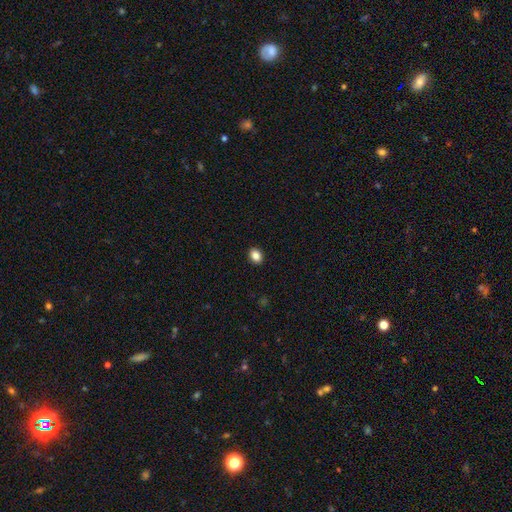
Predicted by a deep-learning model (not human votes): Morphology: type=smooth (86%); roundness=in between (61%); merging=none (91%).